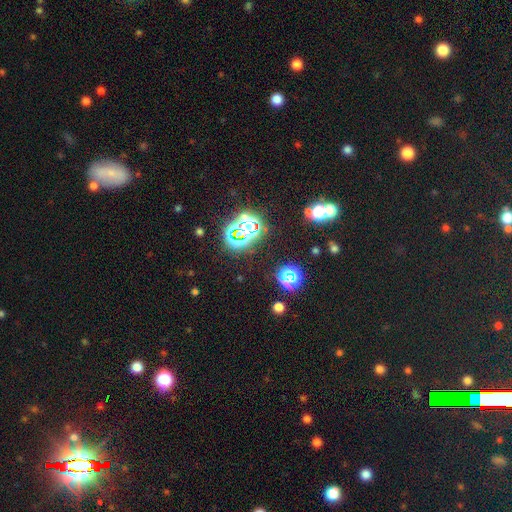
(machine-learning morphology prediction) smooth-or-featured: star or artifact: 74% | smooth: 18% | featured or disk: 8%